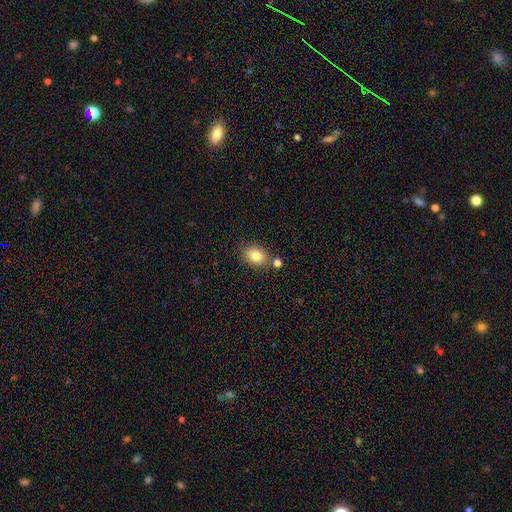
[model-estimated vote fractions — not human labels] Q: Smooth or featured?
A: smooth (83%); runner-up: star or artifact (9%)
Q: How rounded?
A: in between (66%); runner-up: round (33%)
Q: Merging?
A: none (74%); runner-up: minor disturbance (12%)